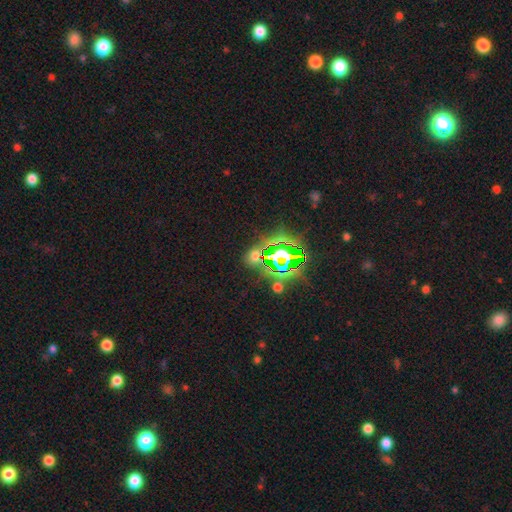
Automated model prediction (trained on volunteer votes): Smooth or featured: star or artifact — 82% (smooth — 11%)